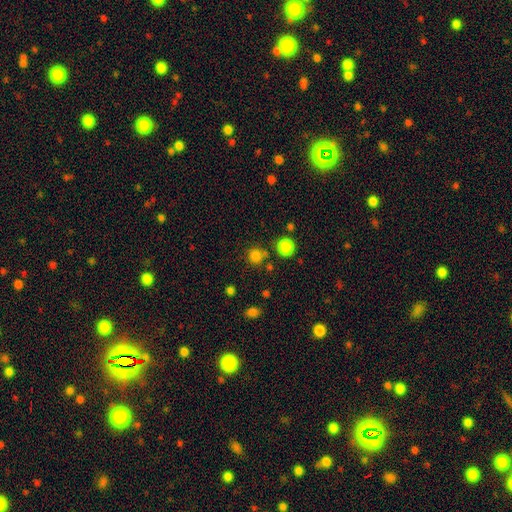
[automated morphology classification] Smooth or featured: smooth — 81% (star or artifact — 15%)
How rounded: round — 91% (in between — 8%)
Merging: none — 78% (merger — 10%)